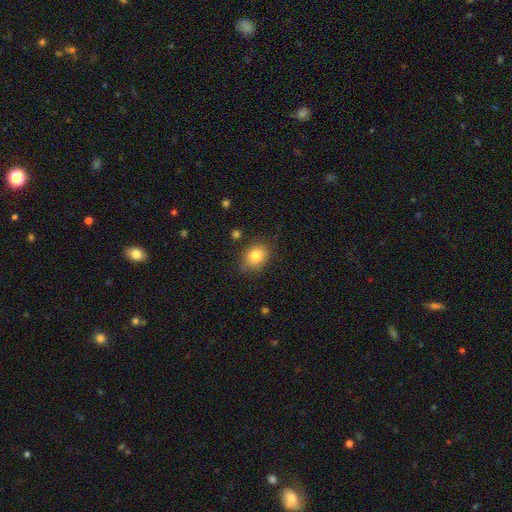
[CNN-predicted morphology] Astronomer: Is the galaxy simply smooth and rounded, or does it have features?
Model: smooth — 83%.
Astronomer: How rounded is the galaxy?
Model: round — 50% (runner-up: in between, 49%).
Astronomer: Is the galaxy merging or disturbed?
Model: none — 80%.